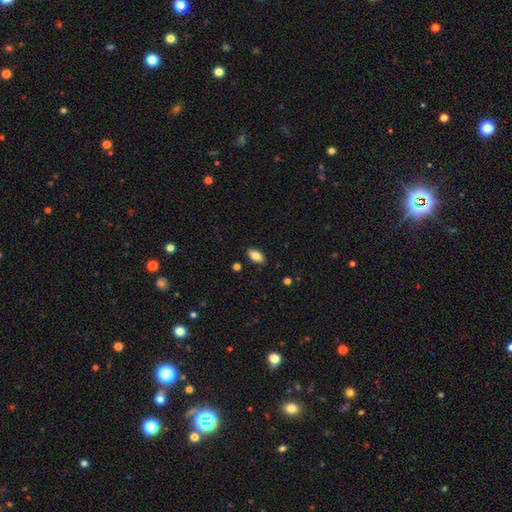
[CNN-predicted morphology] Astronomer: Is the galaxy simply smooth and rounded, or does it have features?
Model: smooth — 82%.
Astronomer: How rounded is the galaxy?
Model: in between — 91%.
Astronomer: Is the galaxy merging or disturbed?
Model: none — 88%.